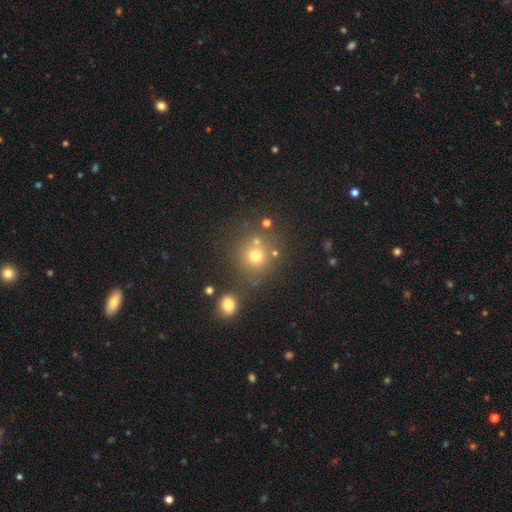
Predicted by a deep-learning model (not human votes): smooth_or_featured: smooth (p=0.70) [alt: star or artifact p=0.20]
how_rounded: round (p=0.89) [alt: in between p=0.10]
merging: none (p=0.72) [alt: merger p=0.13]